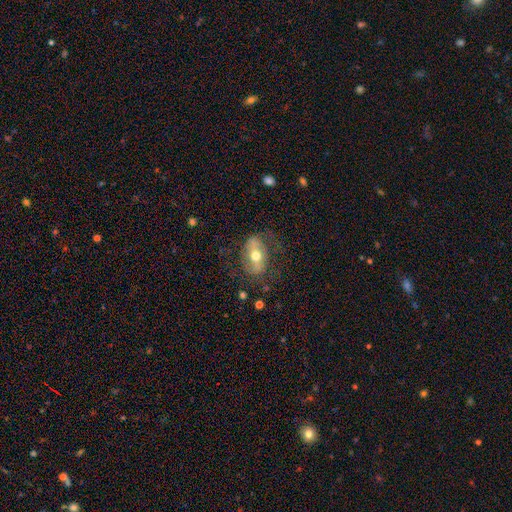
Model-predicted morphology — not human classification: Smooth or featured? featured or disk (61%)
Edge-on disk? no (87%)
Bar? strong (43%)
Spiral arms? yes (59%)
Bulge size? moderate (74%)
Merging? none (67%)